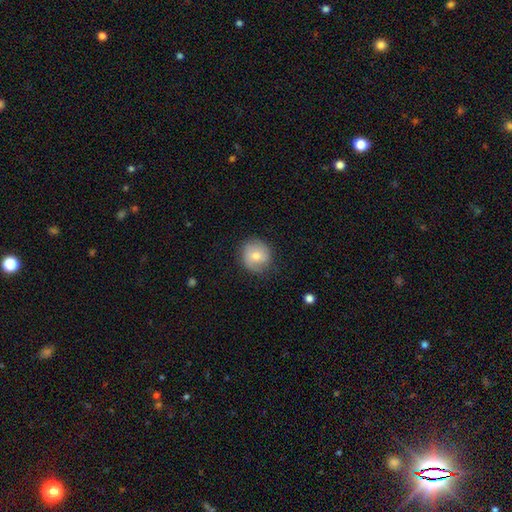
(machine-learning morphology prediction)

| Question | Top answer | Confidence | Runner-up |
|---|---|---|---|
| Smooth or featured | smooth | 62% | featured or disk (30%) |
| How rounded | round | 86% | in between (13%) |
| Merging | none | 77% | minor disturbance (17%) |